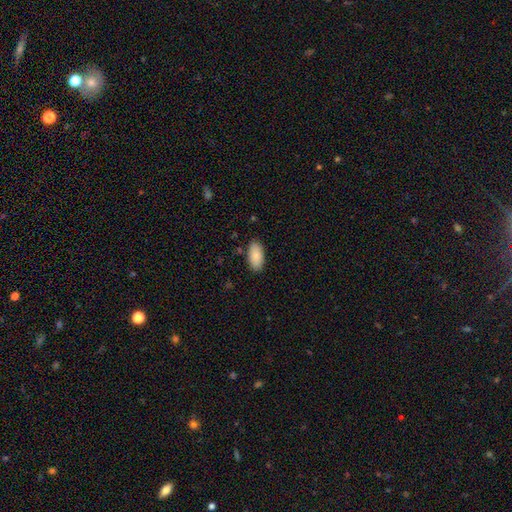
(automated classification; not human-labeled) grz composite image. It shows a smooth galaxy with no disk features (85%) that is in between round and cigar-shaped (94%). Merging: none (86%).